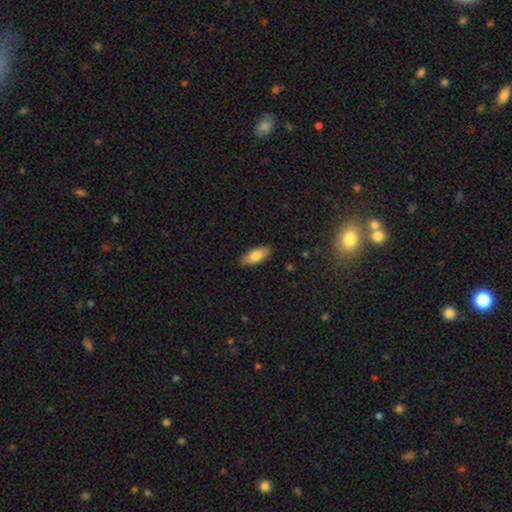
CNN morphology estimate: Smooth or featured? smooth (78%)
How rounded? in between (82%)
Merging? none (89%)